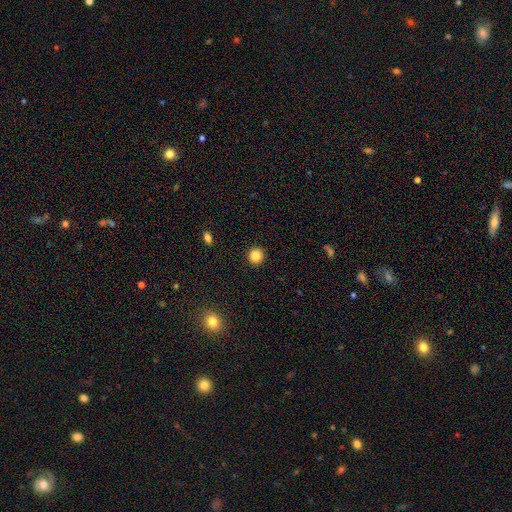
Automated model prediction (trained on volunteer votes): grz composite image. It shows a smooth galaxy with no disk features (85%) that is round (94%). Merging: none (93%).